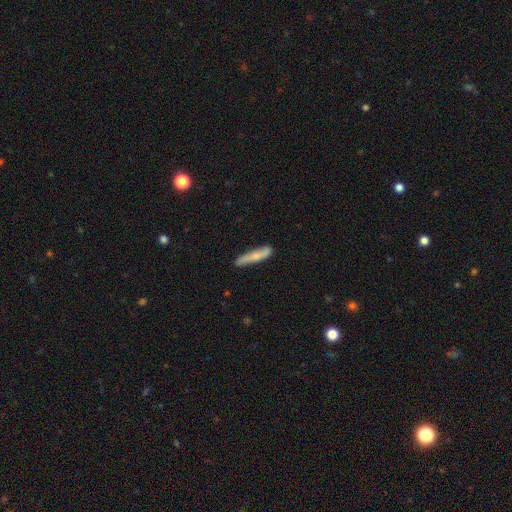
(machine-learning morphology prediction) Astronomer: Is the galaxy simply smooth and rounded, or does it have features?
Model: smooth — 66%.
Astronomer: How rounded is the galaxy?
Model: cigar-shaped — 88%.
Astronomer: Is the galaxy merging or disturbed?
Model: none — 79%.